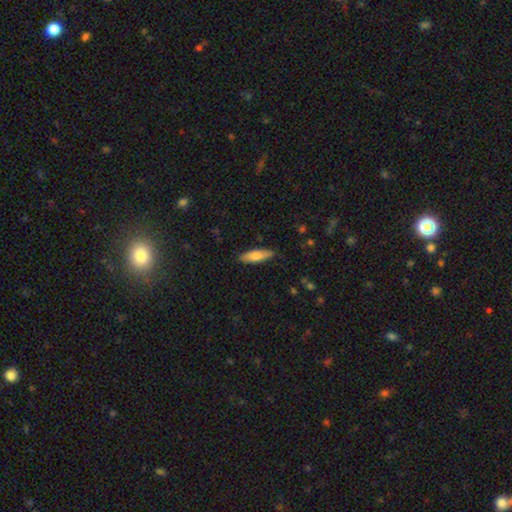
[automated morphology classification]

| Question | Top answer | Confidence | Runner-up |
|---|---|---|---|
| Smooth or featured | smooth | 76% | featured or disk (19%) |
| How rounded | cigar-shaped | 51% | in between (48%) |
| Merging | none | 87% | minor disturbance (10%) |